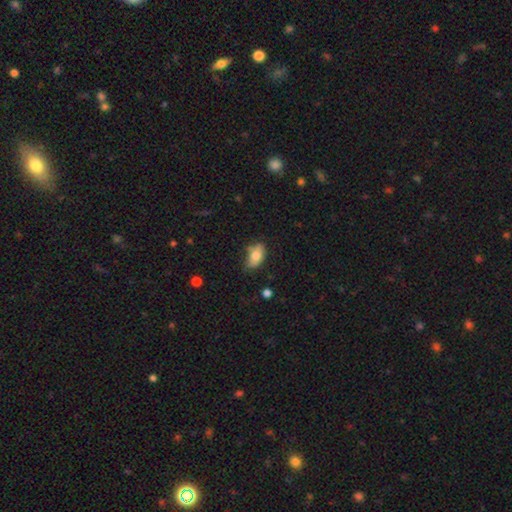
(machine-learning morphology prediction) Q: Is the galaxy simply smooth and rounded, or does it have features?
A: smooth — 77%.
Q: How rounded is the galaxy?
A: in between — 90%.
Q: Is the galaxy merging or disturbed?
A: none — 65%.